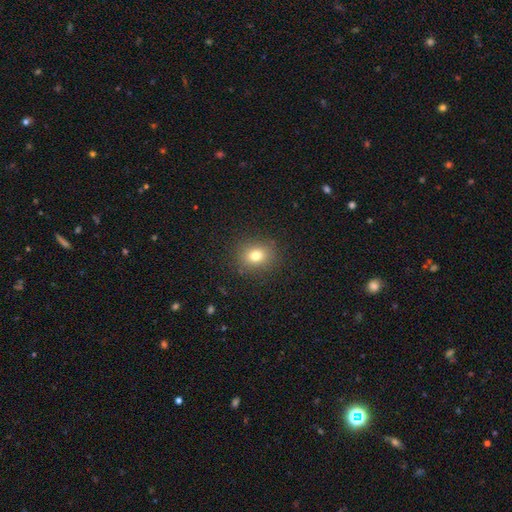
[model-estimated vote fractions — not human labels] Smooth or featured: smooth — 78% (star or artifact — 13%)
How rounded: round — 63% (in between — 36%)
Merging: none — 87% (minor disturbance — 9%)